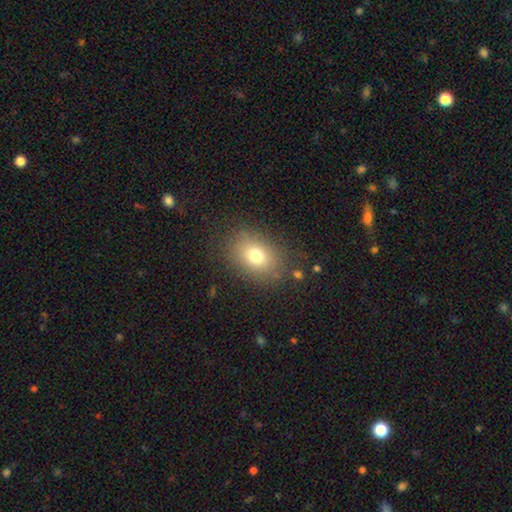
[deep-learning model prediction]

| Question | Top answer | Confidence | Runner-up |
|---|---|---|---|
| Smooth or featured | smooth | 74% | featured or disk (13%) |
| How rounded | in between | 68% | round (31%) |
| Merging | none | 81% | minor disturbance (12%) |